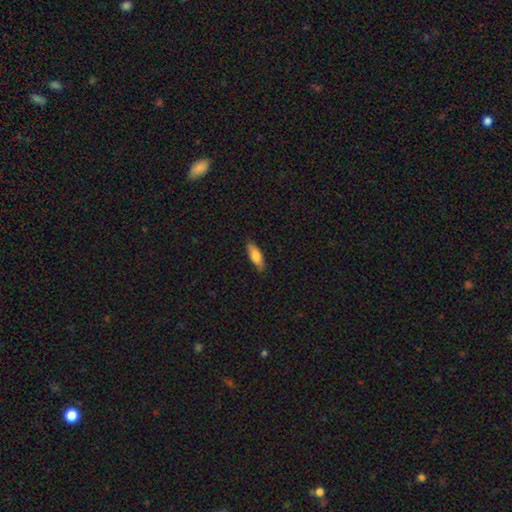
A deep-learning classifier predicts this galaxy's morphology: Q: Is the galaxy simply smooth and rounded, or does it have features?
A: smooth — 80%.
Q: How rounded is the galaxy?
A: in between — 61%.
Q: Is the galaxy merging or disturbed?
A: none — 86%.